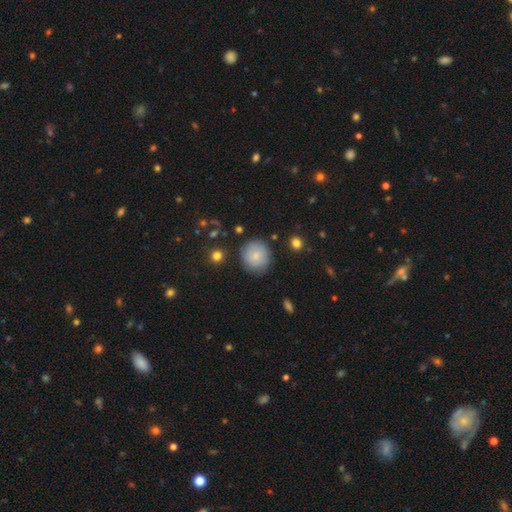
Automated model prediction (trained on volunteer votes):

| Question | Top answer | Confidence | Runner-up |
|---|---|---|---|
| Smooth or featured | smooth | 72% | featured or disk (19%) |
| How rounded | round | 89% | in between (10%) |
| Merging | none | 82% | minor disturbance (13%) |